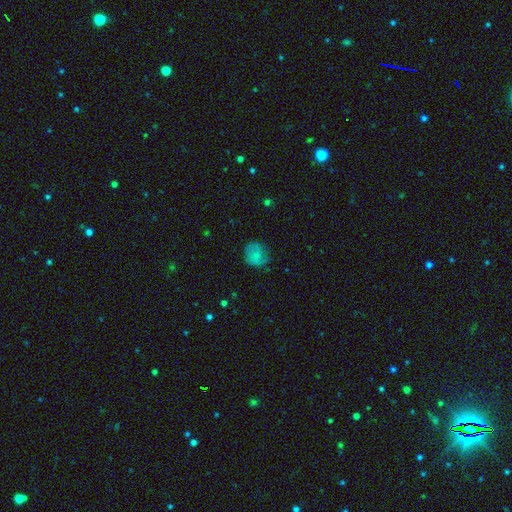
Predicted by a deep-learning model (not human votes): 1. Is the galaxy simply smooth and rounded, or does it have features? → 68% smooth, 21% featured or disk, 10% star or artifact.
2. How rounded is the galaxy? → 76% round, 23% in between, 1% cigar-shaped.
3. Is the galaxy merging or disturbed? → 67% none, 23% minor disturbance, 9% major disturbance, 1% merger.